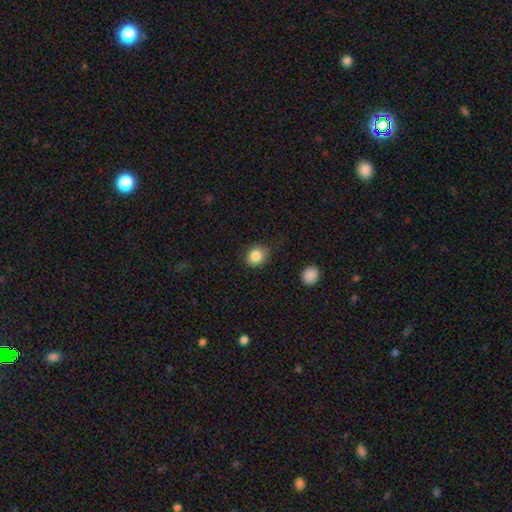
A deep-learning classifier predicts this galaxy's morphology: smooth_or_featured: smooth (p=0.86) [alt: star or artifact p=0.09]
how_rounded: round (p=0.67) [alt: in between p=0.32]
merging: none (p=0.80) [alt: minor disturbance p=0.15]